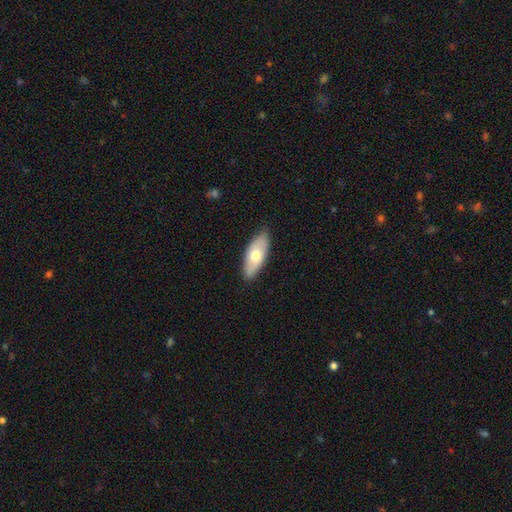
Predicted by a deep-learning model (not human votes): Smooth or featured? smooth (63%)
How rounded? in between (82%)
Merging? none (84%)